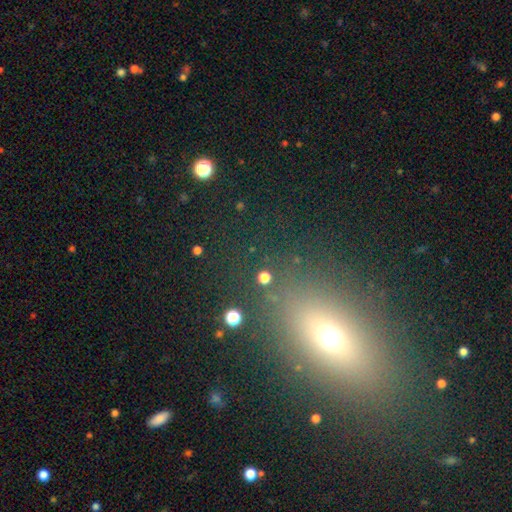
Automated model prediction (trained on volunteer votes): Morphology: type=smooth (51%); roundness=in between (54%); merging=none (82%).